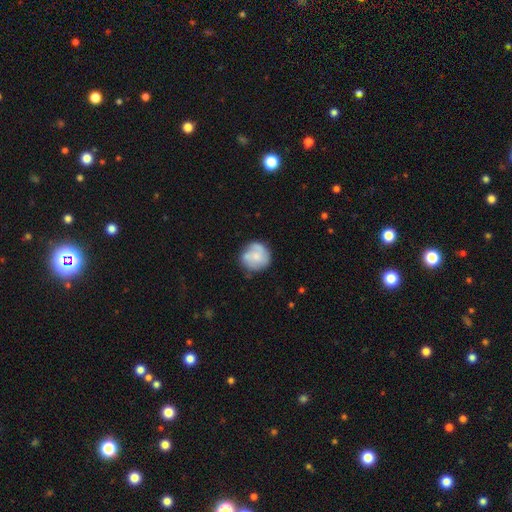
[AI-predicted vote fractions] smooth_or_featured: smooth (p=0.56) [alt: featured or disk p=0.37]
how_rounded: round (p=0.89) [alt: in between p=0.11]
merging: none (p=0.64) [alt: minor disturbance p=0.22]